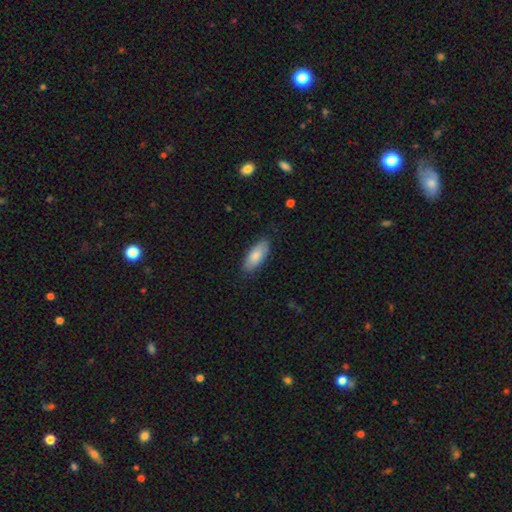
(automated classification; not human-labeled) smooth 82%, featured or disk 13%, star or artifact 6%. Down the decision tree: how rounded — in between (83%); merging — none (82%).